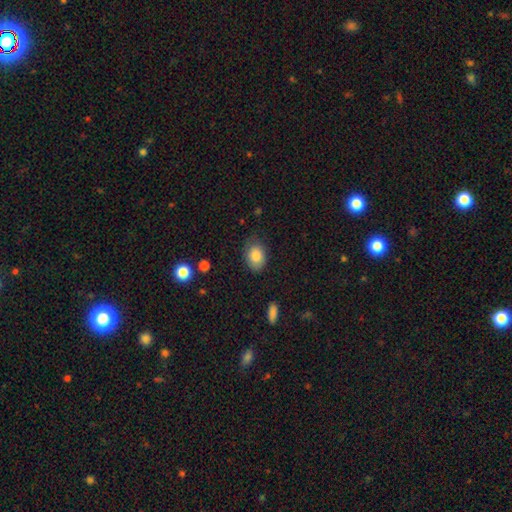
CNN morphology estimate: smooth 85%, star or artifact 8%, featured or disk 7%. Down the decision tree: how rounded — in between (76%); merging — none (73%).